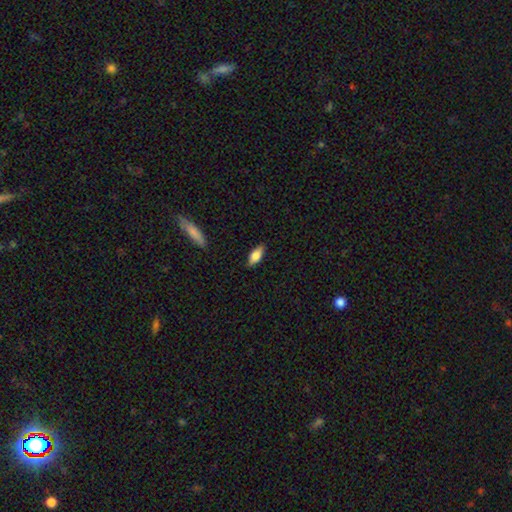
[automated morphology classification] This is likely a smooth galaxy (72%). How rounded: likely in between (78%). Merging: clearly none (86%).